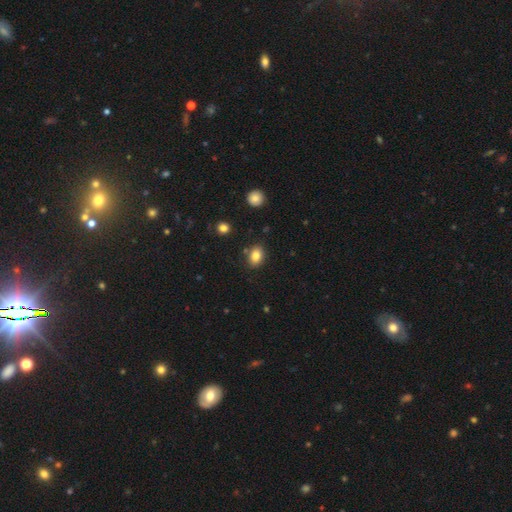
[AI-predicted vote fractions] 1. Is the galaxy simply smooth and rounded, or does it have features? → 83% smooth, 9% star or artifact, 7% featured or disk.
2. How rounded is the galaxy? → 74% in between, 25% round, 1% cigar-shaped.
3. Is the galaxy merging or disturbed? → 83% none, 11% minor disturbance, 3% merger, 3% major disturbance.